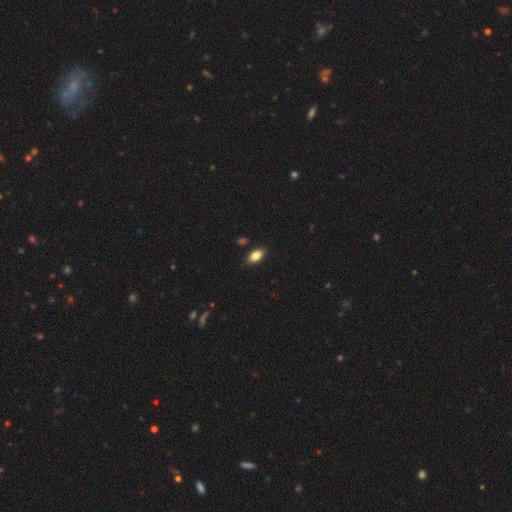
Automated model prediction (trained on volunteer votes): A smooth galaxy with no disk features (81%) that is in between round and cigar-shaped (90%). Merging: none (86%).